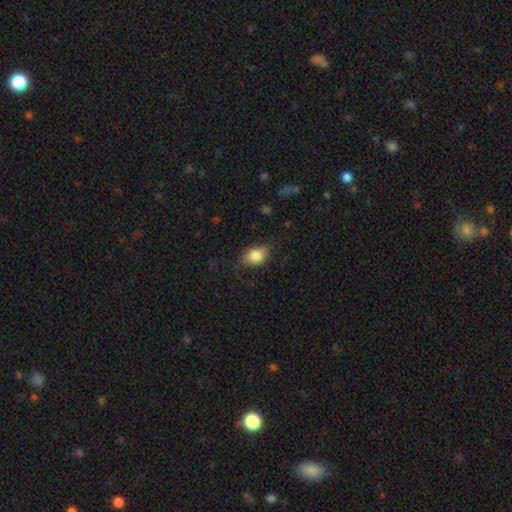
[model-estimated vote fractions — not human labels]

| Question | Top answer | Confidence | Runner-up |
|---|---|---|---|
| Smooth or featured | smooth | 82% | featured or disk (10%) |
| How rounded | in between | 72% | round (26%) |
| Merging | none | 68% | minor disturbance (23%) |